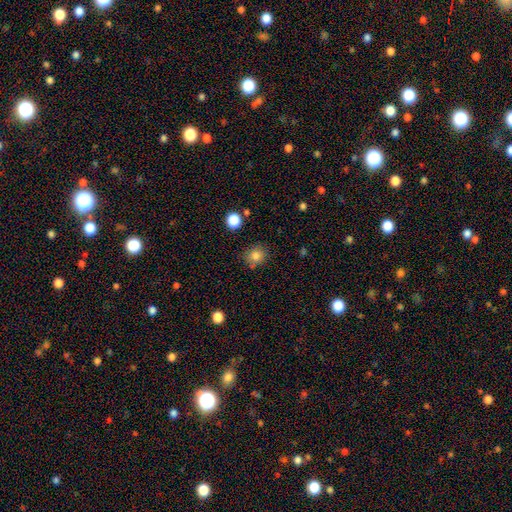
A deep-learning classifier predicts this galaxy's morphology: This appears to be a smooth galaxy with no disk features (82%) that is round (77%). Merging: none (80%).